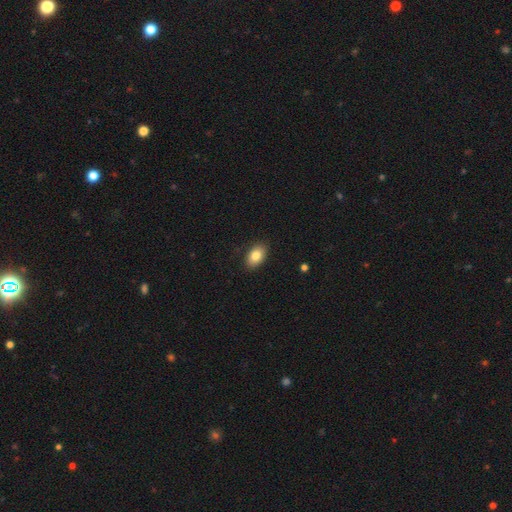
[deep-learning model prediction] The model was most divided on "smooth or featured": smooth: 83%, featured or disk: 10%, star or artifact: 7%. More confident: how rounded — in between (89%); merging — none (88%).